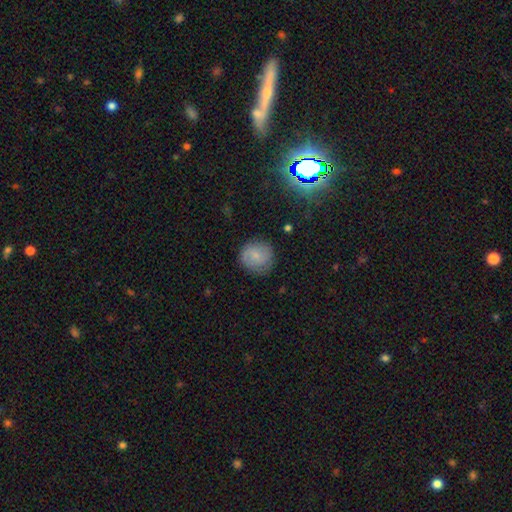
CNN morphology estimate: smooth 63%, featured or disk 28%, star or artifact 9%. Down the decision tree: how rounded — round (90%); merging — none (80%).